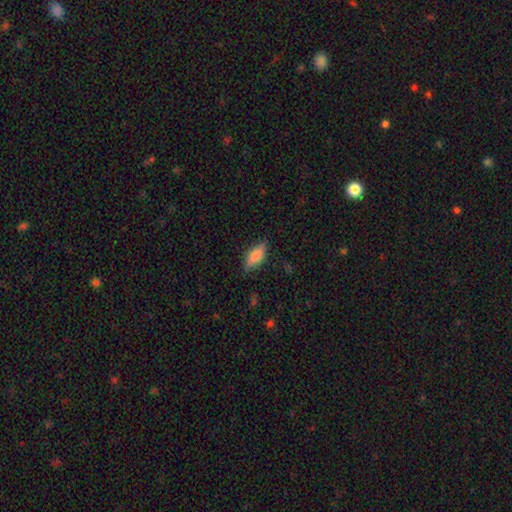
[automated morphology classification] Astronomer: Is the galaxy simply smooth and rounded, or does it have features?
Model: smooth — 72%.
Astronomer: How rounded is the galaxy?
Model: in between — 74%.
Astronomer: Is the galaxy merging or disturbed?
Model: none — 79%.